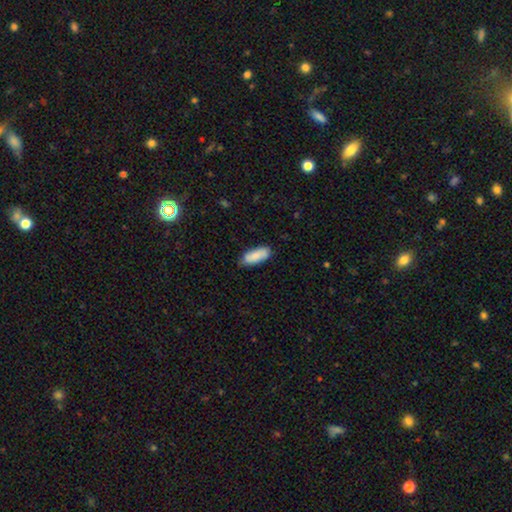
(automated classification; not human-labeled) Q: Smooth or featured?
A: smooth (85%); runner-up: featured or disk (9%)
Q: How rounded?
A: in between (80%); runner-up: cigar-shaped (18%)
Q: Merging?
A: none (79%); runner-up: minor disturbance (17%)